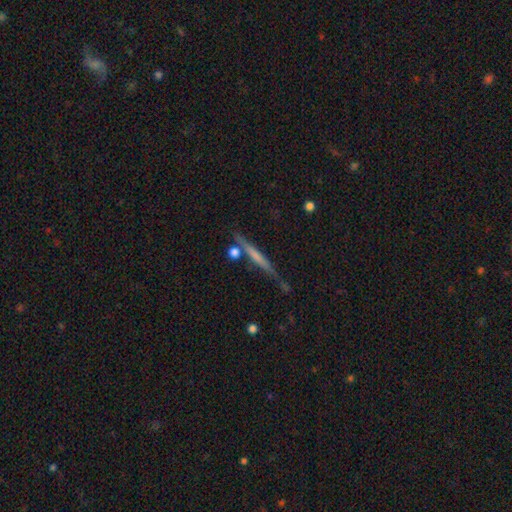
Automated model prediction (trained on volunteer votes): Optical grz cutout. It shows a featured or disk galaxy (51%) viewed edge-on (95%). Merging: none (74%).